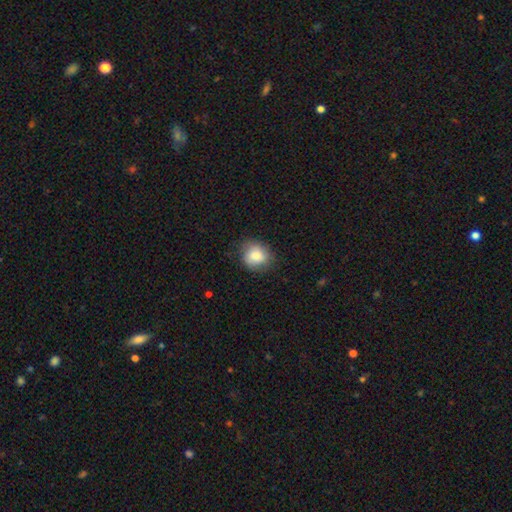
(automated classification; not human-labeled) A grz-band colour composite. It shows a smooth galaxy with no disk features (83%) that is round (67%). Merging: none (73%).